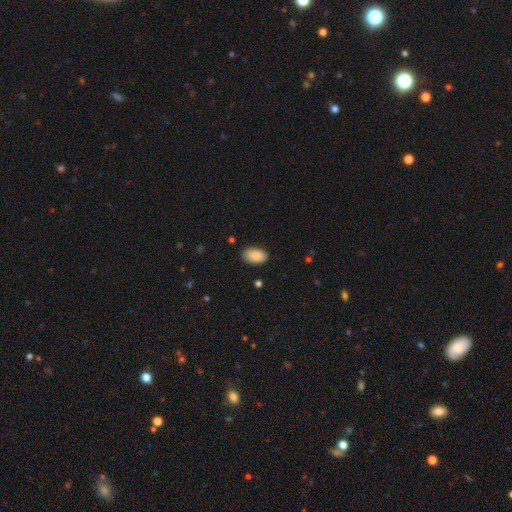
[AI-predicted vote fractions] A smooth galaxy with no disk features (87%) that is in between round and cigar-shaped (94%). Merging: none (84%).